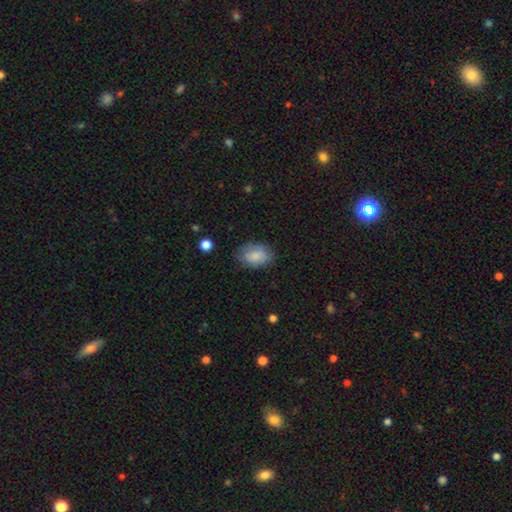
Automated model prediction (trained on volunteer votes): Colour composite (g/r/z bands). It shows a smooth galaxy with no disk features (82%) that is in between round and cigar-shaped (83%). Merging: none (74%).